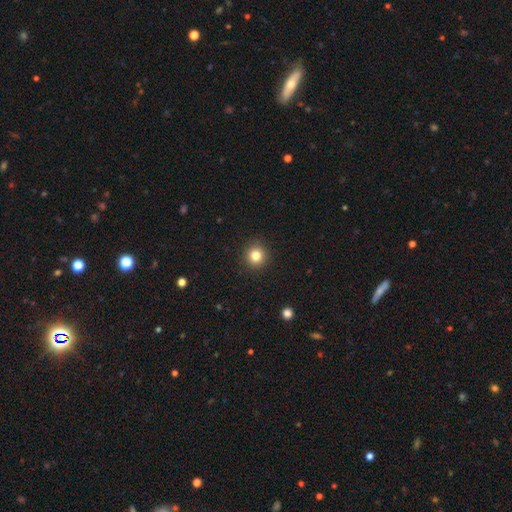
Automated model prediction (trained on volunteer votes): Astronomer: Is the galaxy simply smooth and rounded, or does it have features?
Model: smooth — 82%.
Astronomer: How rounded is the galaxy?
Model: round — 93%.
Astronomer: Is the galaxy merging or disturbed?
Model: none — 92%.